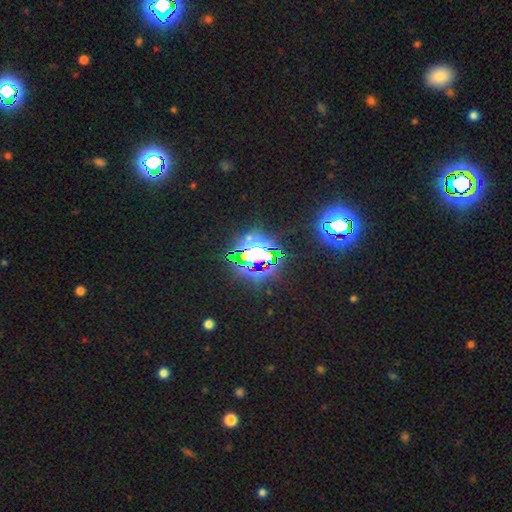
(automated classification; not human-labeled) Smooth or featured? star or artifact (76%)